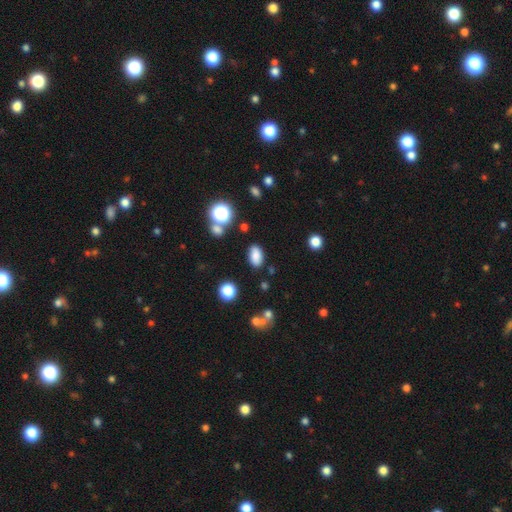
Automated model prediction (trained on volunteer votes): Smooth or featured? Predicted: smooth (p=0.81). How rounded? Predicted: in between (p=0.90). Merging? Predicted: none (p=0.83).